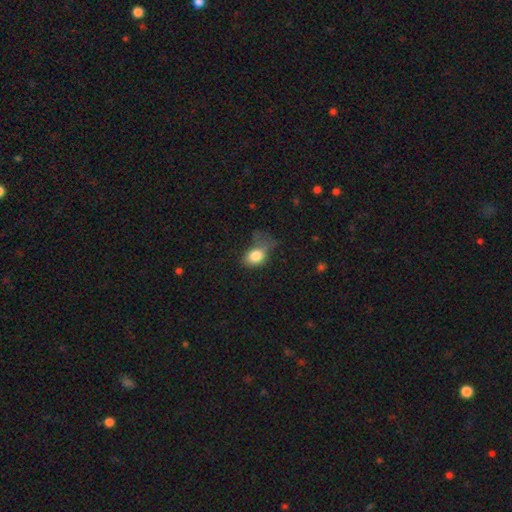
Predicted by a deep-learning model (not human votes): smooth-or-featured: smooth: 81% | featured or disk: 10% | star or artifact: 9%
  how-rounded: in between: 69% | round: 29% | cigar-shaped: 1%
  merging: major disturbance: 34% | minor disturbance: 33% | none: 29% | merger: 4%